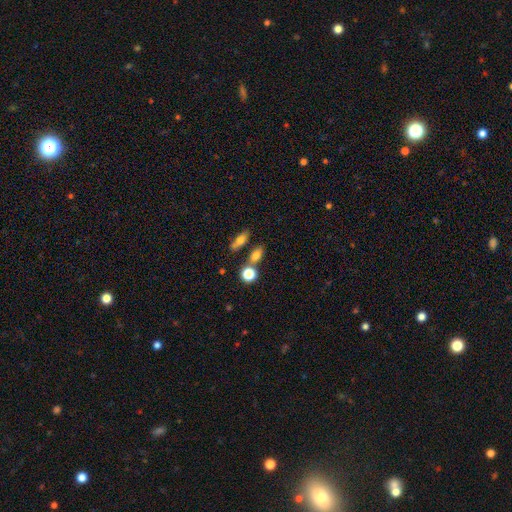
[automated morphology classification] This is likely a smooth galaxy (75%). How rounded: likely in between (61%). Merging: likely none (63%).